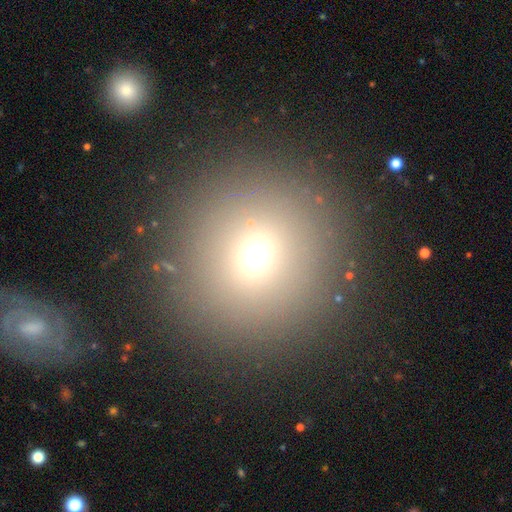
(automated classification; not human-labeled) Morphology: type=smooth (67%); roundness=round (95%); merging=none (87%).